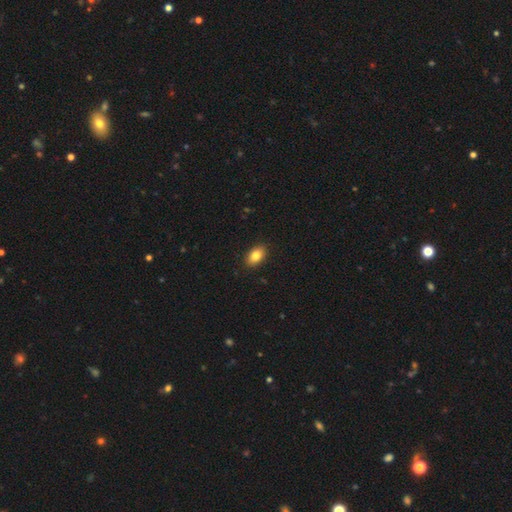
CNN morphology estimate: A smooth galaxy with no disk features (84%) that is in between round and cigar-shaped (90%).

Vote fractions:
- Smooth or featured? smooth: 84% / featured or disk: 8% / star or artifact: 8%
- How rounded? in between: 90% / round: 9% / cigar-shaped: 2%
- Merging? none: 89% / minor disturbance: 8% / major disturbance: 2% / merger: 1%